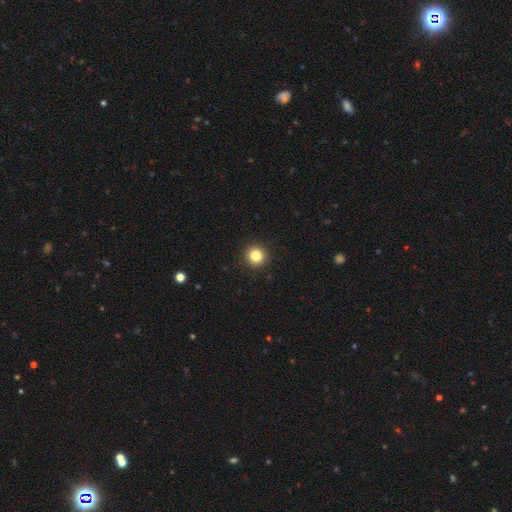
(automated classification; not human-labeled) Overall: smooth (84%). How rounded: round (95%). Merging: none (93%).